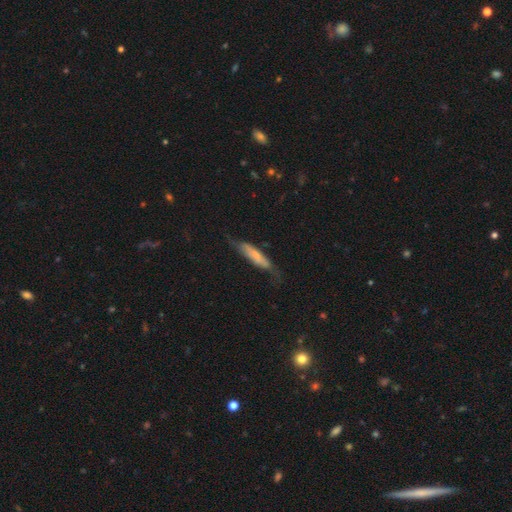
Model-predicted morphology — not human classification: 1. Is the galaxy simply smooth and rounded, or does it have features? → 56% smooth, 38% featured or disk, 6% star or artifact.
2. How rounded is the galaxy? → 74% cigar-shaped, 24% in between, 2% round.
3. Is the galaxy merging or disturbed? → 57% none, 27% minor disturbance, 14% major disturbance, 2% merger.